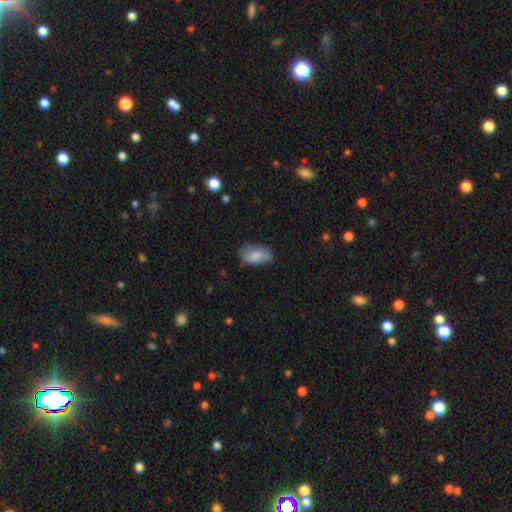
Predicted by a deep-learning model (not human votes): Q: Smooth or featured?
A: smooth (79%); runner-up: featured or disk (14%)
Q: How rounded?
A: in between (92%); runner-up: round (6%)
Q: Merging?
A: none (60%); runner-up: minor disturbance (29%)